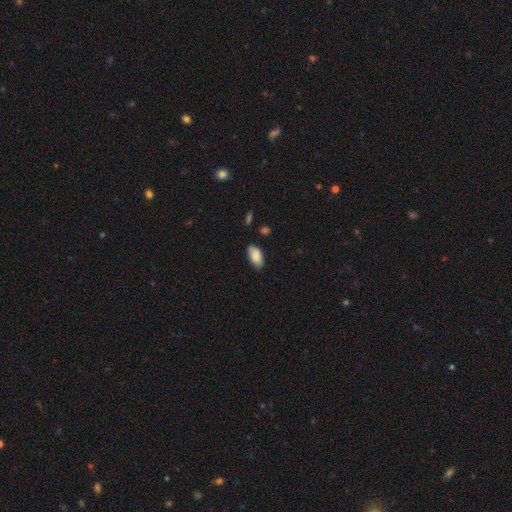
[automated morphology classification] type=smooth (87%); roundness=in between (93%); merging=none (81%).